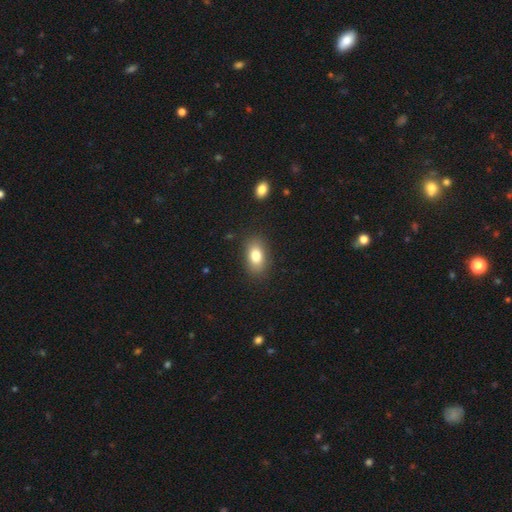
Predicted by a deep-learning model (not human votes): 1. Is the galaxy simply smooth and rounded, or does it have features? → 80% smooth, 11% featured or disk, 9% star or artifact.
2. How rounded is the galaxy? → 87% in between, 11% round, 2% cigar-shaped.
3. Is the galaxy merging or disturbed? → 86% none, 10% minor disturbance, 3% major disturbance, 1% merger.